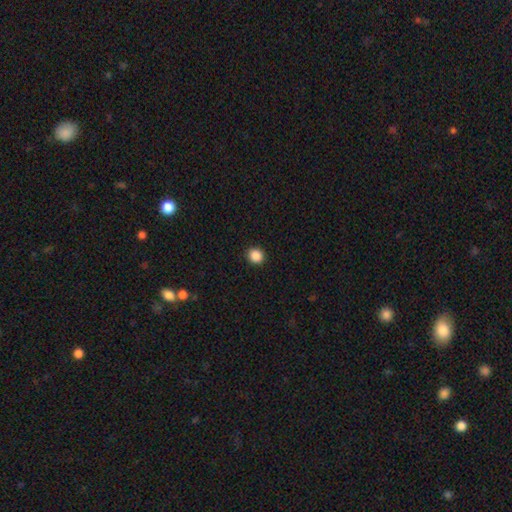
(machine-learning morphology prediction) type=smooth (88%); roundness=round (88%); merging=none (92%).